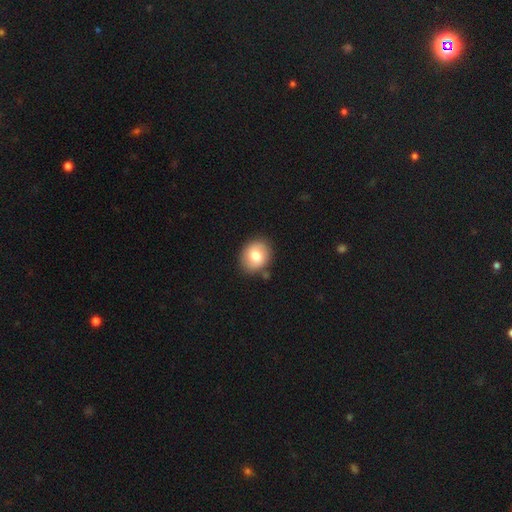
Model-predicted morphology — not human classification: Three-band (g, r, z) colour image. It shows a smooth galaxy with no disk features (72%) that is round (61%). Merging: none (82%).